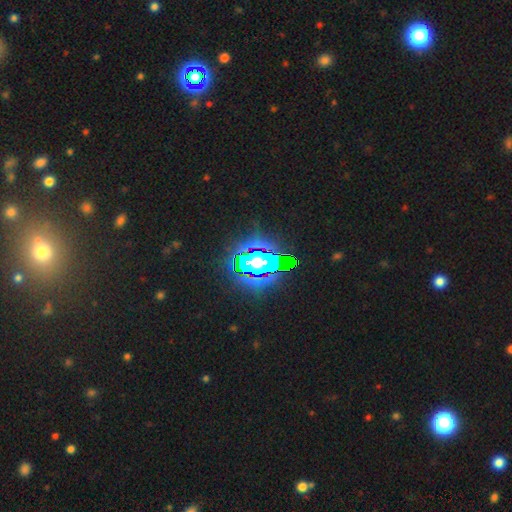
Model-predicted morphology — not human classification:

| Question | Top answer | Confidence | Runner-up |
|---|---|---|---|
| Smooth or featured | star or artifact | 72% | featured or disk (14%) |